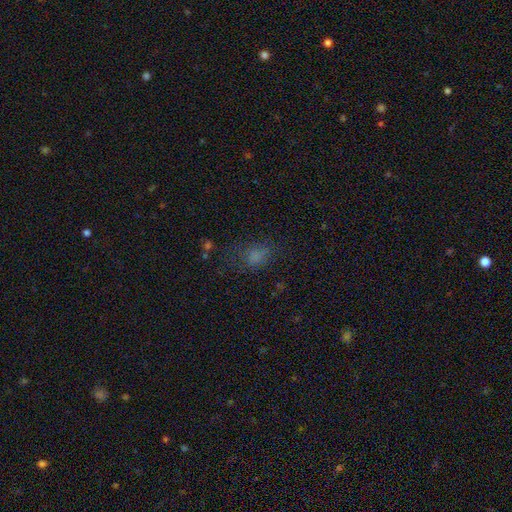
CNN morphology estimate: Smooth or featured? smooth (67%)
How rounded? in between (65%)
Merging? none (56%)